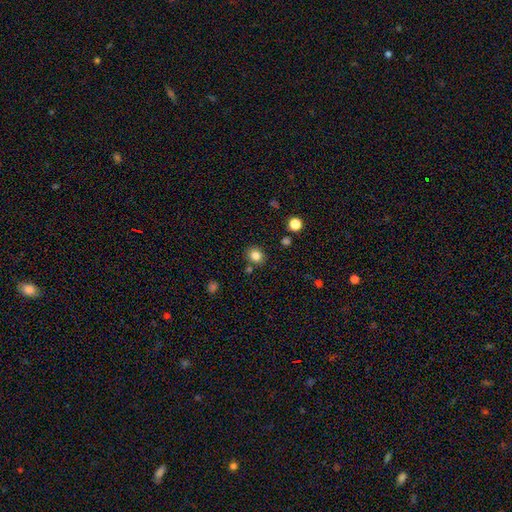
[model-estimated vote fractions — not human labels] smooth-or-featured: smooth: 83% | star or artifact: 12% | featured or disk: 5%
  how-rounded: round: 76% | in between: 23% | cigar-shaped: 1%
  merging: none: 82% | minor disturbance: 9% | merger: 6% | major disturbance: 3%